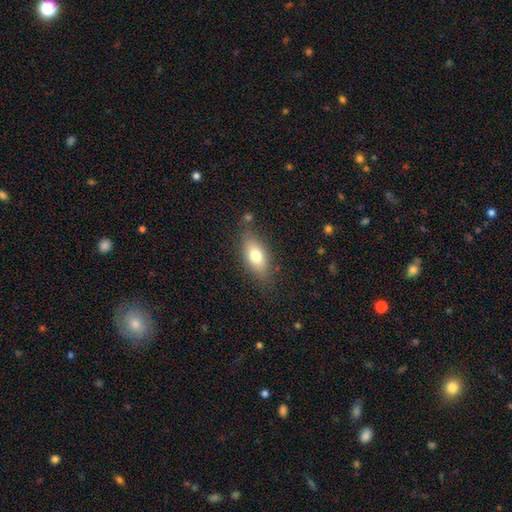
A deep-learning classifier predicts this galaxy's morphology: A smooth galaxy with no disk features (70%) that is in between round and cigar-shaped (80%).

Vote fractions:
- Smooth or featured? smooth: 70% / featured or disk: 21% / star or artifact: 9%
- How rounded? in between: 80% / cigar-shaped: 16% / round: 5%
- Merging? none: 80% / minor disturbance: 14% / major disturbance: 3% / merger: 3%